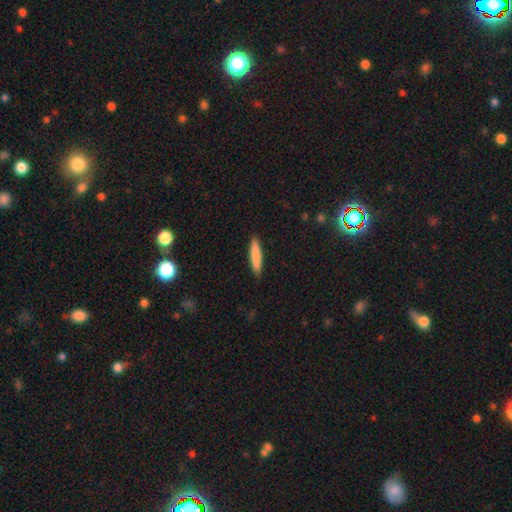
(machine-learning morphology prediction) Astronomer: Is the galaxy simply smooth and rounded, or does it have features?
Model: smooth — 83%.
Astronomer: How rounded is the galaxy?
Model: cigar-shaped — 88%.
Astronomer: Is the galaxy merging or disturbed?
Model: none — 90%.